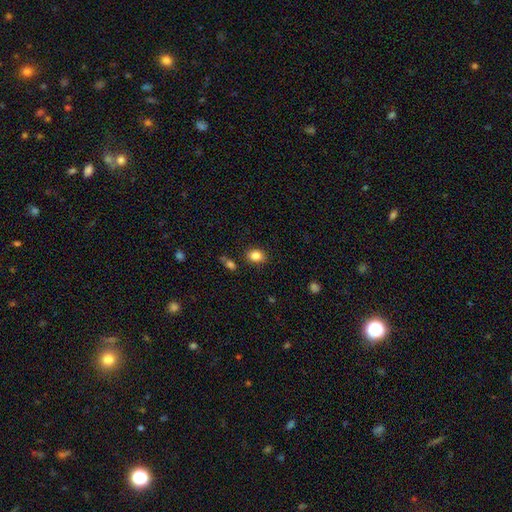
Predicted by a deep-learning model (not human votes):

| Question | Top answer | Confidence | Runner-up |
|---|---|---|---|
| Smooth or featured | smooth | 84% | star or artifact (10%) |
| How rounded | in between | 57% | round (42%) |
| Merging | none | 83% | minor disturbance (11%) |